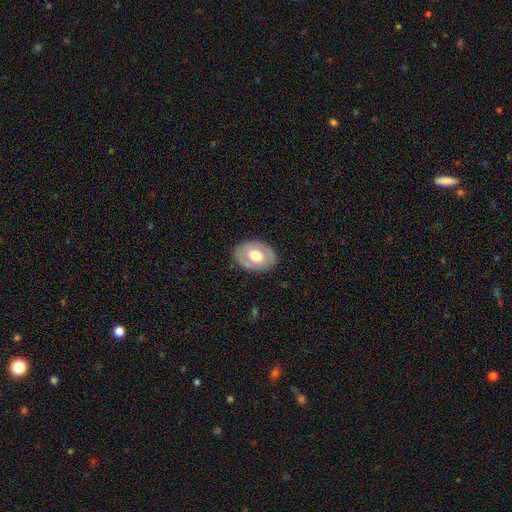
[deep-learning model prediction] Overall: smooth (51%; featured or disk 44%). How rounded: in between (73%). Merging: none (83%).